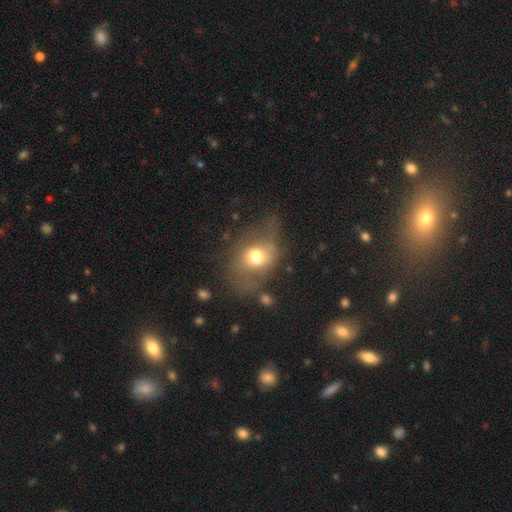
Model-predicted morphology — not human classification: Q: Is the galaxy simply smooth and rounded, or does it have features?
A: smooth — 54%.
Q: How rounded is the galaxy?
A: in between — 61%.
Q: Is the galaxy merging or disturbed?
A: none — 40%.